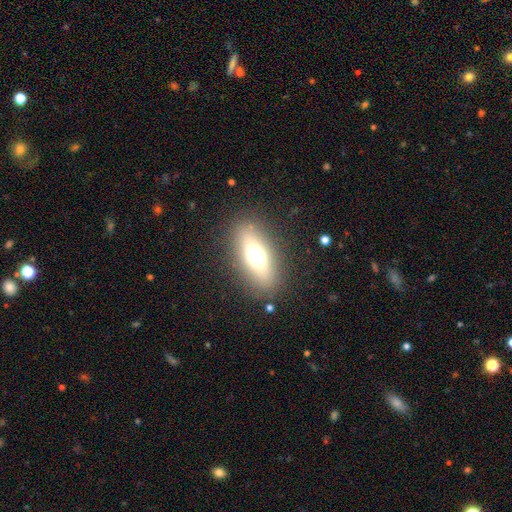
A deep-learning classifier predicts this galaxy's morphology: The model was most divided on "smooth or featured": smooth: 58%, featured or disk: 29%, star or artifact: 13%. More confident: merging — none (84%); how rounded — in between (72%).